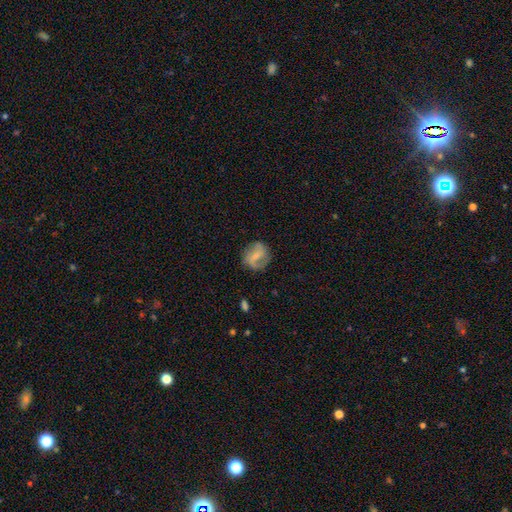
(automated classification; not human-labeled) Smooth or featured? featured or disk (65%)
Edge-on disk? no (97%)
Bar? weak (45%)
Spiral arms? yes (87%)
Spiral winding? loose (42%)
Spiral arm count? 2 (83%)
Bulge size? small (59%)
Merging? none (76%)